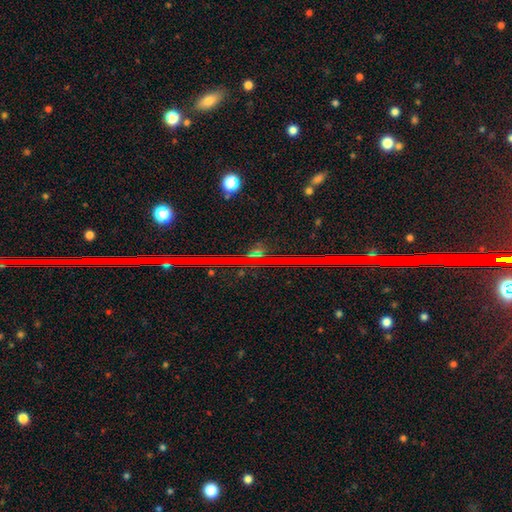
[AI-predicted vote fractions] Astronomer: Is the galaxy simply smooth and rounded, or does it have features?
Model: star or artifact — 75%.